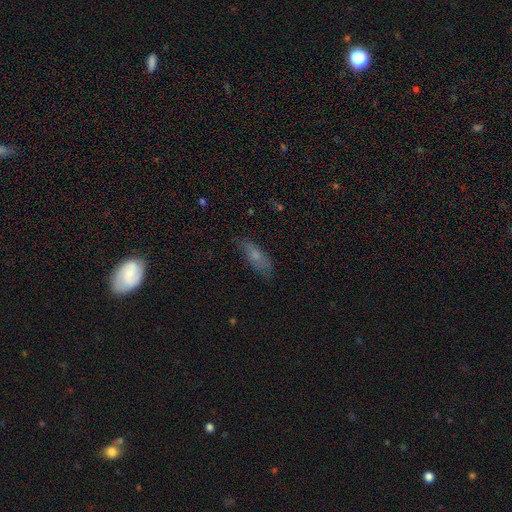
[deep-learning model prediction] smooth_or_featured: smooth (p=0.69) [alt: featured or disk p=0.21]
how_rounded: in between (p=0.61) [alt: cigar-shaped p=0.36]
merging: none (p=0.73) [alt: minor disturbance p=0.20]